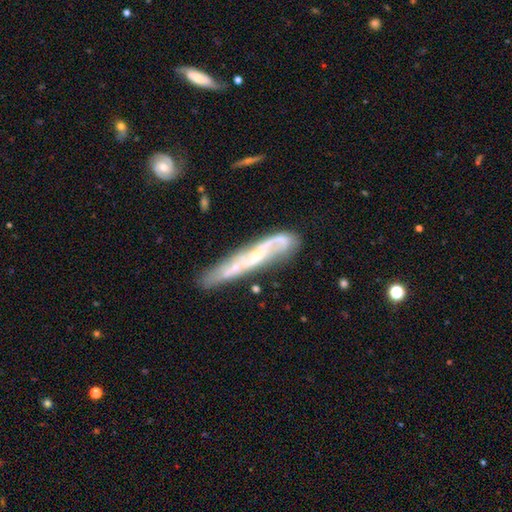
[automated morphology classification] Smooth or featured? featured or disk (71%)
Edge-on disk? no (51%)
Merging? none (65%)